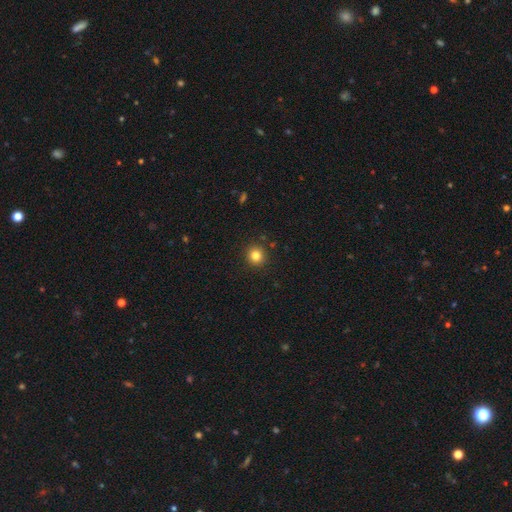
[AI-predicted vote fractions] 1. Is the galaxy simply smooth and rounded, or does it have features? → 82% smooth, 12% star or artifact, 6% featured or disk.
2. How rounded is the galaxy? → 92% round, 7% in between, 1% cigar-shaped.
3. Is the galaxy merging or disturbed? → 91% none, 6% minor disturbance, 2% major disturbance, 2% merger.